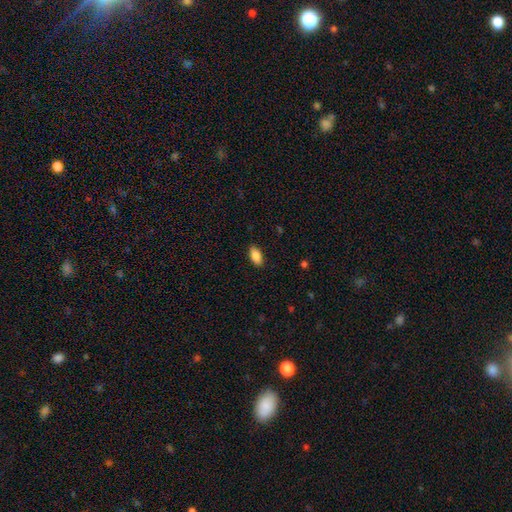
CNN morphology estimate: smooth_or_featured: smooth (p=0.88) [alt: star or artifact p=0.07]
how_rounded: in between (p=0.91) [alt: cigar-shaped p=0.06]
merging: none (p=0.88) [alt: minor disturbance p=0.09]